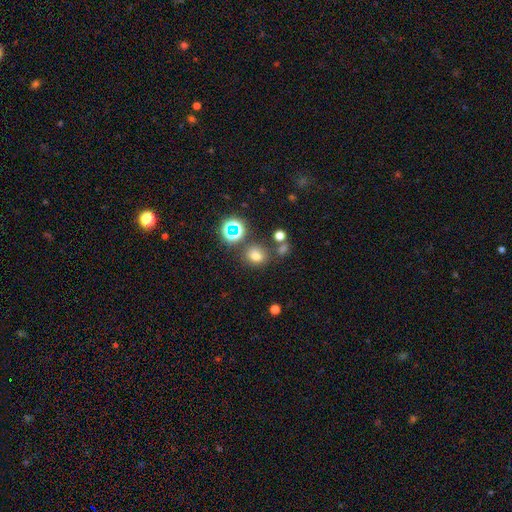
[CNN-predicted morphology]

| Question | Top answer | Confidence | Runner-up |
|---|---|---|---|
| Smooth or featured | smooth | 69% | star or artifact (22%) |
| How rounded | round | 66% | in between (33%) |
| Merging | none | 75% | minor disturbance (12%) |